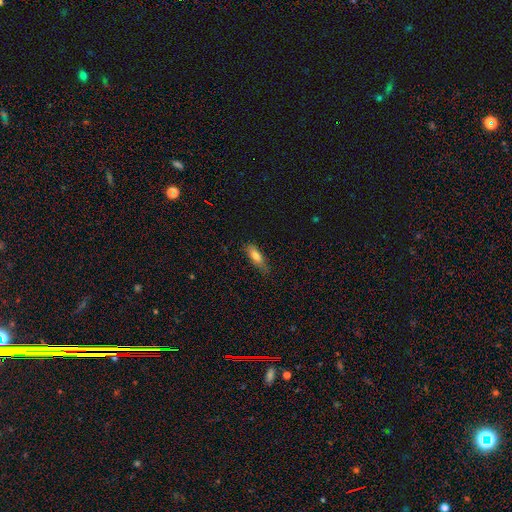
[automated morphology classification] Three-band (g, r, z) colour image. It shows a smooth galaxy with no disk features (75%) that is in between round and cigar-shaped (56%). Merging: none (70%).